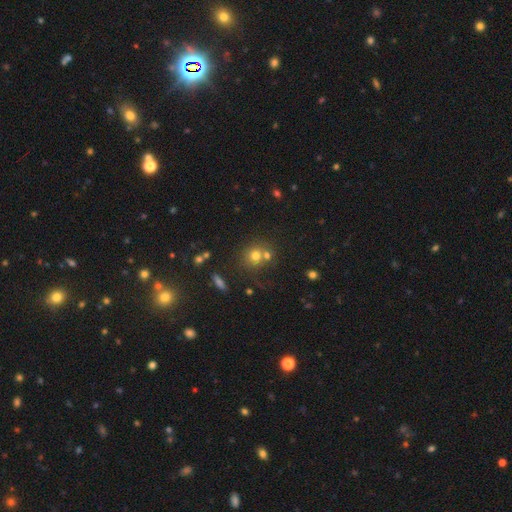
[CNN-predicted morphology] This appears to be a smooth galaxy with no disk features (68%) that is round (83%). Merging: none (51%).